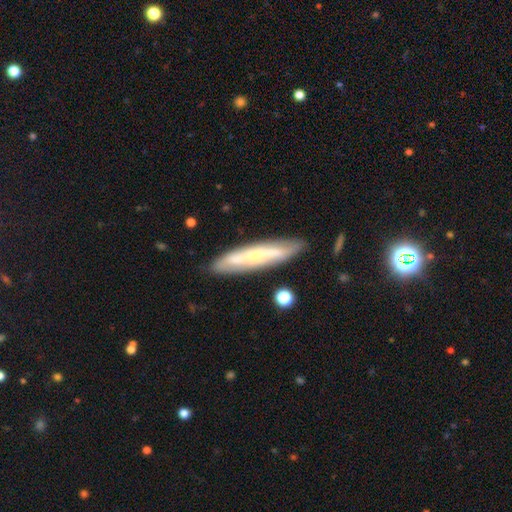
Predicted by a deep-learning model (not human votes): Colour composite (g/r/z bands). It shows a featured or disk galaxy (58%) viewed edge-on (61%). Merging: none (81%).